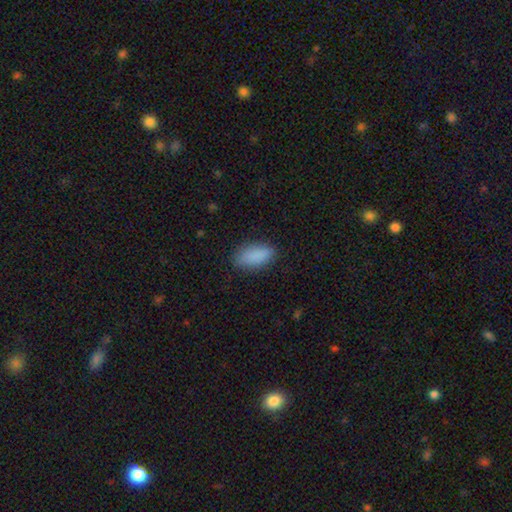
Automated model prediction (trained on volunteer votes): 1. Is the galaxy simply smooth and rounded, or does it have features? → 89% smooth, 7% star or artifact, 4% featured or disk.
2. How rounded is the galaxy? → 88% in between, 9% cigar-shaped, 3% round.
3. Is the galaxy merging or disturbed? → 84% none, 12% minor disturbance, 3% major disturbance, 1% merger.